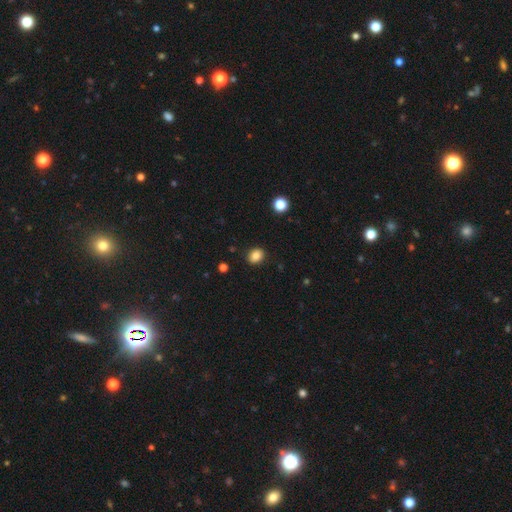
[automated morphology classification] smooth_or_featured: smooth (p=0.84) [alt: star or artifact p=0.10]
how_rounded: round (p=0.54) [alt: in between p=0.45]
merging: none (p=0.89) [alt: minor disturbance p=0.08]